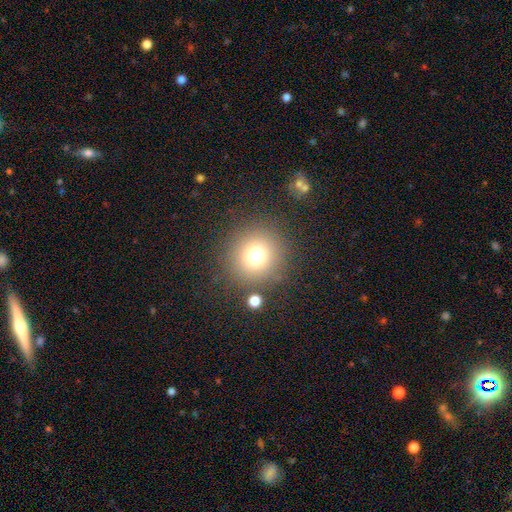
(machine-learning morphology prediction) A smooth galaxy with no disk features (72%) that is round (94%). Merging: none (83%).